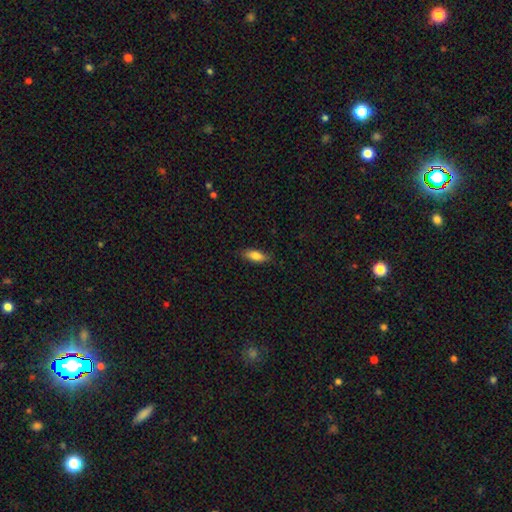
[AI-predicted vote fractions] The model was most divided on "how rounded": in between: 67%, cigar-shaped: 31%, round: 3%. More confident: merging — none (83%); smooth or featured — smooth (78%).